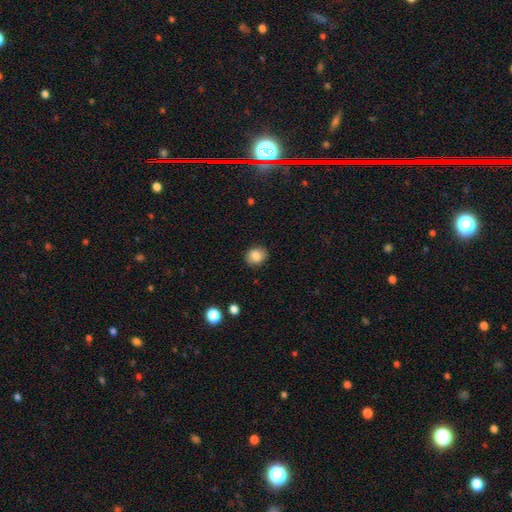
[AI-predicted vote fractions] A smooth galaxy with no disk features (84%) that is round (63%).

Vote fractions:
- Smooth or featured? smooth: 84% / star or artifact: 9% / featured or disk: 7%
- How rounded? round: 63% / in between: 36% / cigar-shaped: 1%
- Merging? none: 86% / minor disturbance: 11% / major disturbance: 2% / merger: 1%